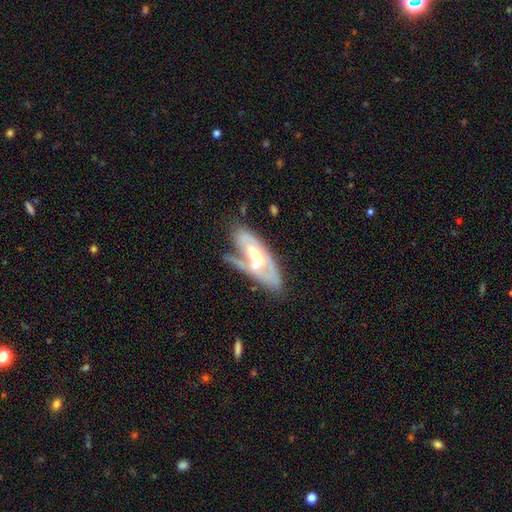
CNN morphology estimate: Smooth or featured?
  - featured or disk: 72% *
  - smooth: 22%
  - star or artifact: 6%
Edge-on disk?
  - no: 84% *
  - yes: 16%
Bar?
  - no: 46% *
  - weak: 36%
  - strong: 18%
Spiral arms?
  - yes: 68% *
  - no: 32%
Bulge size?
  - moderate: 66% *
  - small: 22%
  - large: 8%
  - none: 2%
  - dominant: 1%
Merging?
  - none: 34% *
  - merger: 29%
  - minor disturbance: 20%
  - major disturbance: 18%